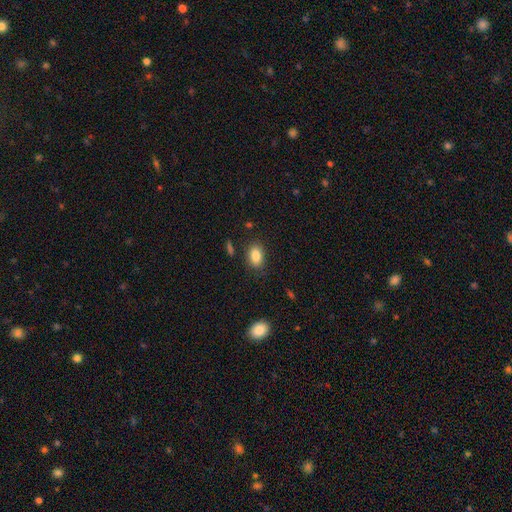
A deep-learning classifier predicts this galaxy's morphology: type=smooth (86%); roundness=in between (84%); merging=none (83%).